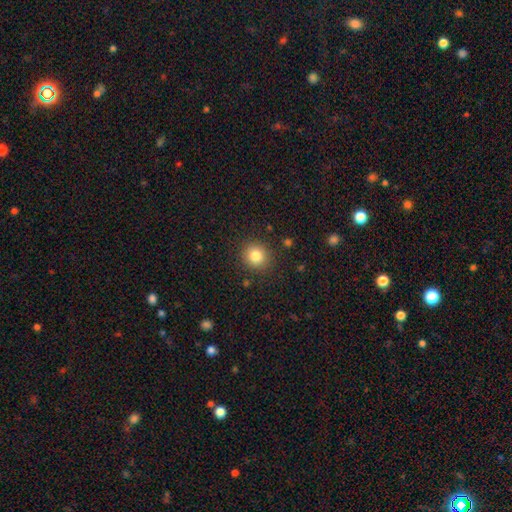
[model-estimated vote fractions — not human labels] Smooth or featured?
  - smooth: 82% *
  - star or artifact: 11%
  - featured or disk: 7%
How rounded?
  - round: 89% *
  - in between: 10%
  - cigar-shaped: 1%
Merging?
  - none: 89% *
  - minor disturbance: 7%
  - major disturbance: 3%
  - merger: 1%